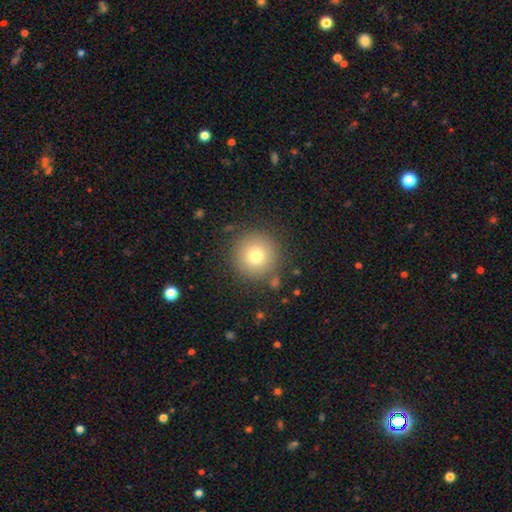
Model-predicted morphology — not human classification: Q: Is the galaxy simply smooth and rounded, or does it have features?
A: smooth — 76%.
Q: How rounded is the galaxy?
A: round — 96%.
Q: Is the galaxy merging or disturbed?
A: none — 86%.